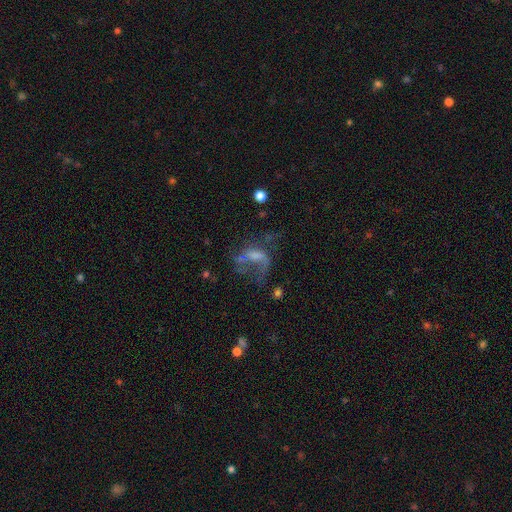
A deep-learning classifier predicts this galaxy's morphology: Smooth or featured: featured or disk — 54% (smooth — 25%)
Edge-on disk: no — 94% (yes — 6%)
Bar: no — 63% (weak — 27%)
Spiral arms: no — 61% (yes — 39%)
Bulge size: none — 46% (small — 28%)
Merging: major disturbance — 49% (none — 29%)